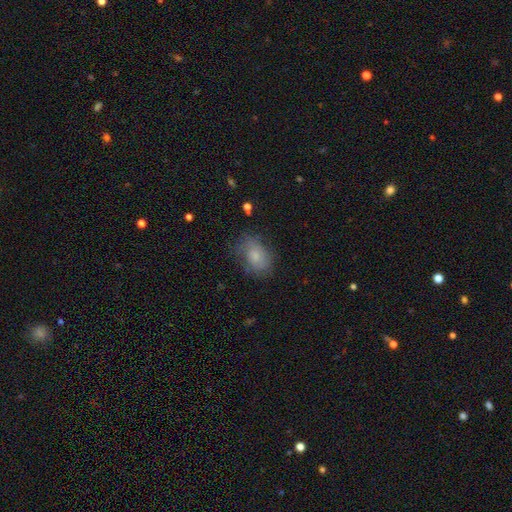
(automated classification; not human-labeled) Q: Smooth or featured?
A: smooth (66%); runner-up: featured or disk (24%)
Q: How rounded?
A: in between (79%); runner-up: round (20%)
Q: Merging?
A: none (63%); runner-up: minor disturbance (25%)